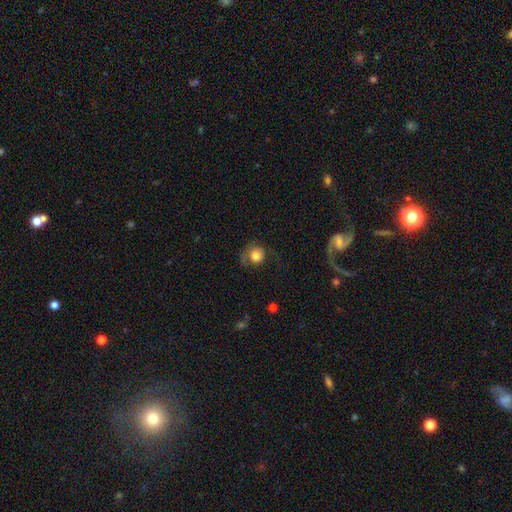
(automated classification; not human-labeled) Smooth or featured: smooth — 75% (featured or disk — 16%)
How rounded: round — 80% (in between — 18%)
Merging: none — 46% (major disturbance — 27%)